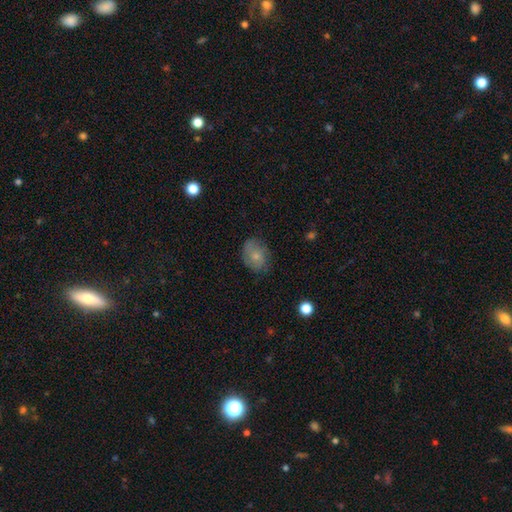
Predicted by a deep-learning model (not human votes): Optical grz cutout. It shows a smooth galaxy with no disk features (70%) that is in between round and cigar-shaped (63%). Merging: none (71%).